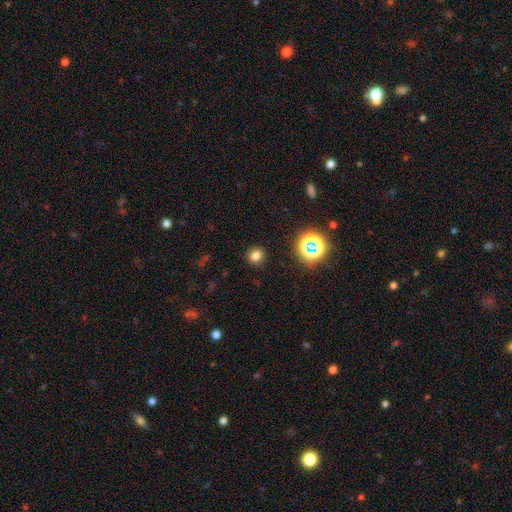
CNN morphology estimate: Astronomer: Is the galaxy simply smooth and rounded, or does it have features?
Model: smooth — 75%.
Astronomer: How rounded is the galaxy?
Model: round — 79%.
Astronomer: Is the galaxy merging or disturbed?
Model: none — 90%.